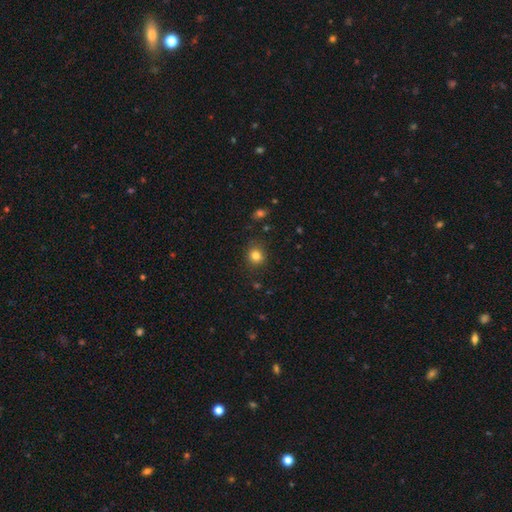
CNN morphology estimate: smooth 81%, star or artifact 13%, featured or disk 6%. Down the decision tree: how rounded — round (81%); merging — none (84%).